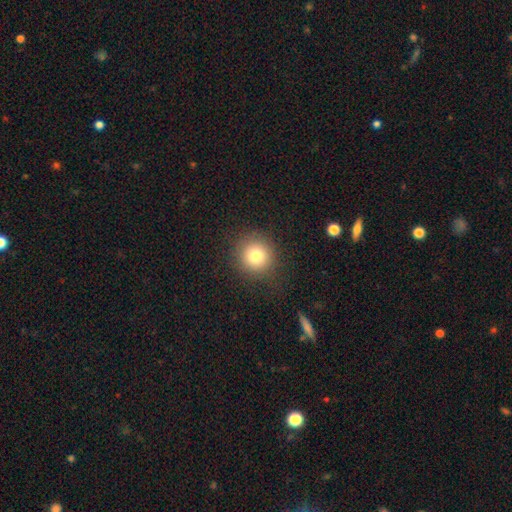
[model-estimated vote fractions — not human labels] Smooth or featured: smooth — 79% (star or artifact — 12%)
How rounded: round — 93% (in between — 6%)
Merging: none — 88% (minor disturbance — 7%)